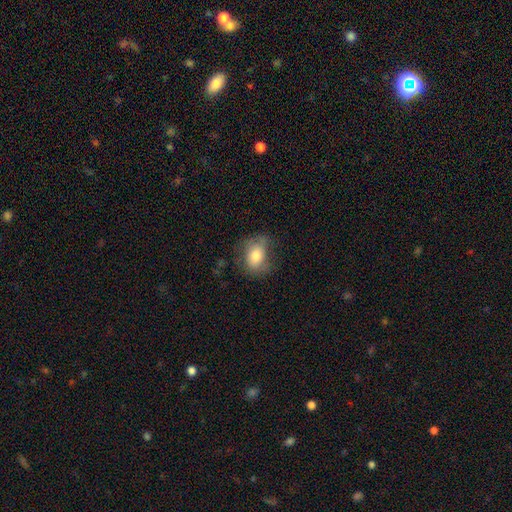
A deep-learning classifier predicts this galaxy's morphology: The model was most divided on "merging": none: 56%, minor disturbance: 28%, major disturbance: 14%, merger: 2%. More confident: smooth or featured — smooth (73%); how rounded — in between (71%).